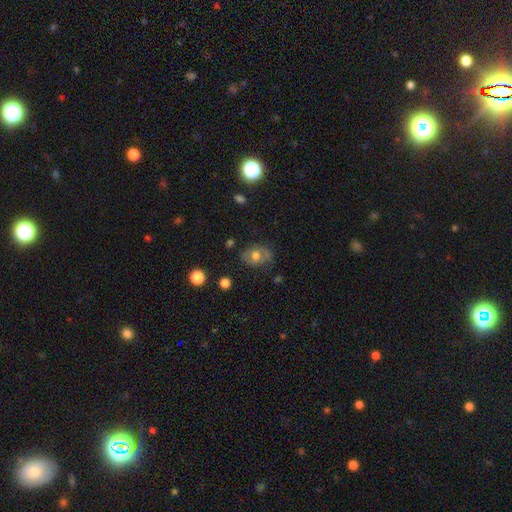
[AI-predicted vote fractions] smooth_or_featured: smooth (p=0.61) [alt: featured or disk p=0.29]
how_rounded: in between (p=0.67) [alt: round p=0.32]
merging: none (p=0.69) [alt: minor disturbance p=0.21]